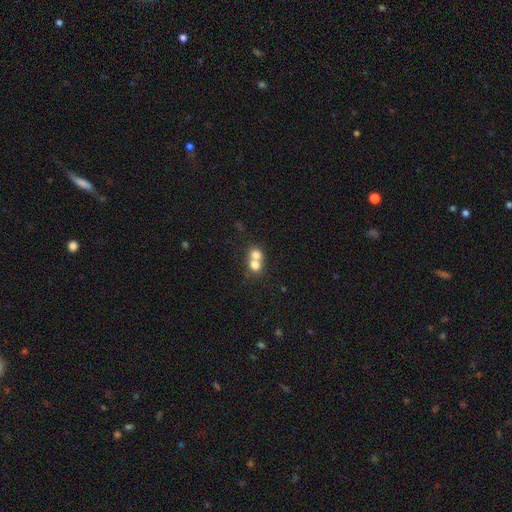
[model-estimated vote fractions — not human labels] Smooth or featured? Predicted: smooth (p=0.72). How rounded? Predicted: round (p=0.74). Merging? Predicted: merger (p=0.70).